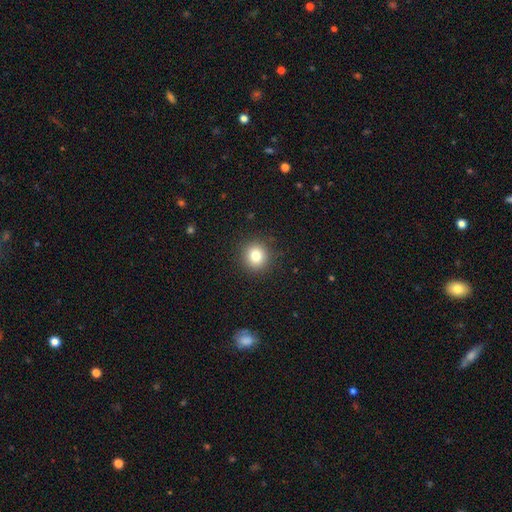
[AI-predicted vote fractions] A smooth galaxy with no disk features (80%) that is round (92%). Merging: none (91%).